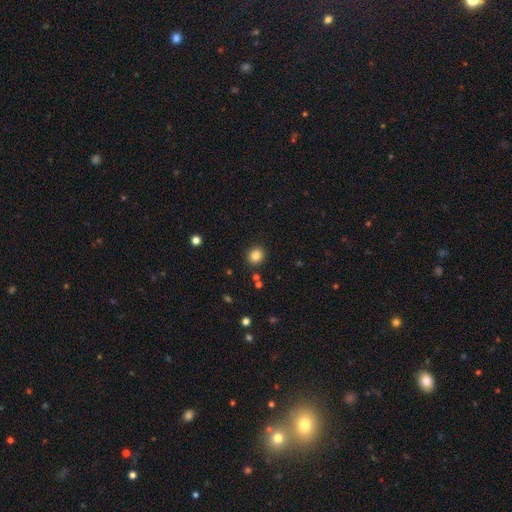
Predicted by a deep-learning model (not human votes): This appears to be a smooth galaxy with no disk features (84%) that is round (83%). Merging: none (89%).